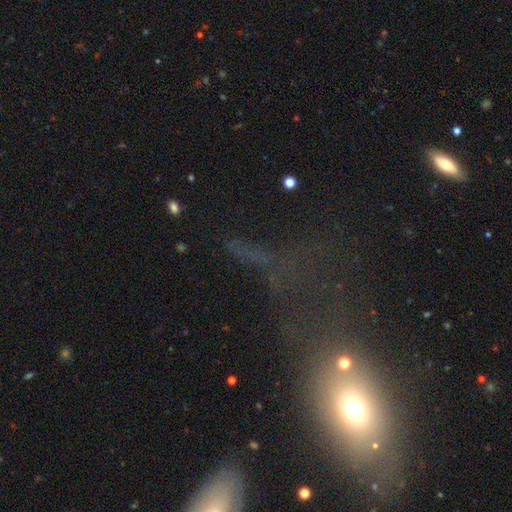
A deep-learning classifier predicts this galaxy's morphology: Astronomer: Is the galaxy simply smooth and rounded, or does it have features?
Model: star or artifact — 40% (runner-up: smooth, 38%).